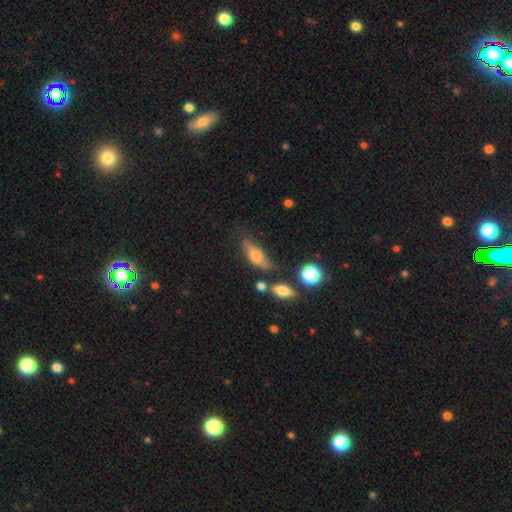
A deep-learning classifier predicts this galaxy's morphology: Q: Smooth or featured?
A: smooth (52%); runner-up: featured or disk (39%)
Q: How rounded?
A: in between (64%); runner-up: cigar-shaped (30%)
Q: Merging?
A: none (52%); runner-up: minor disturbance (26%)